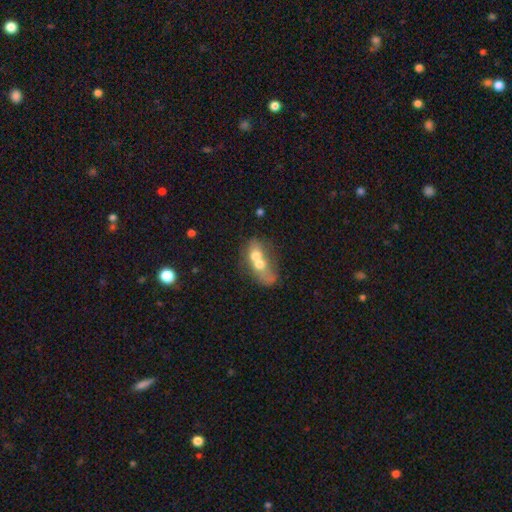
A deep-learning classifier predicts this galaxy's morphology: A smooth galaxy with no disk features (55%) that is in between round and cigar-shaped (62%).

Vote fractions:
- Smooth or featured? smooth: 55% / featured or disk: 35% / star or artifact: 10%
- How rounded? in between: 62% / round: 33% / cigar-shaped: 4%
- Merging? merger: 78% / none: 10% / major disturbance: 6% / minor disturbance: 6%